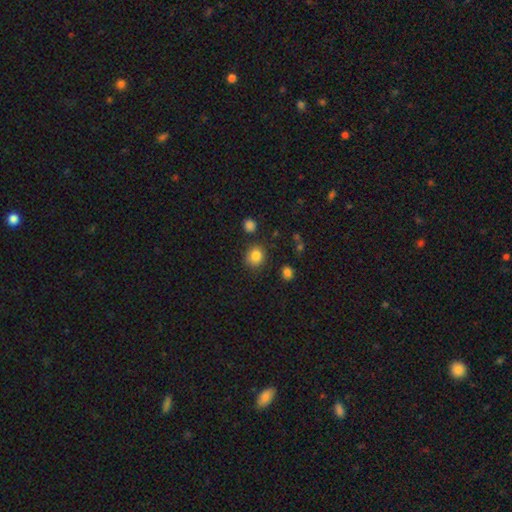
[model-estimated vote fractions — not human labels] Q: Smooth or featured?
A: smooth (84%); runner-up: star or artifact (11%)
Q: How rounded?
A: round (83%); runner-up: in between (16%)
Q: Merging?
A: none (83%); runner-up: minor disturbance (11%)